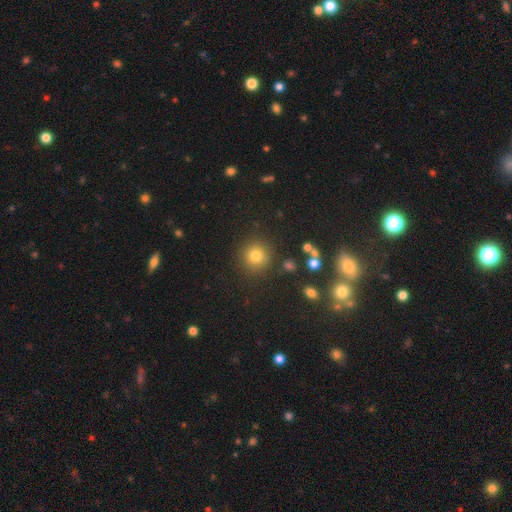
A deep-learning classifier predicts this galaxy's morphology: This is likely a smooth galaxy (78%). How rounded: clearly round (93%). Merging: clearly none (87%).